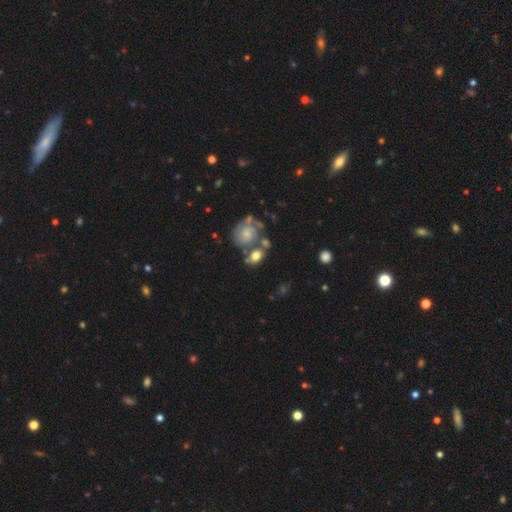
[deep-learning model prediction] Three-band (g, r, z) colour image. It shows a smooth galaxy with no disk features (50%). Merging: none (46%).